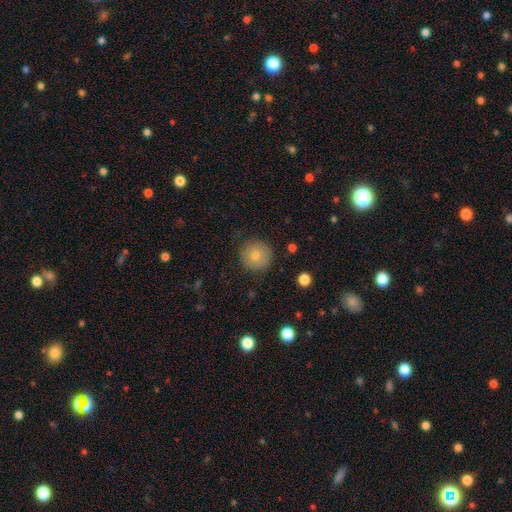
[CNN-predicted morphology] The model was most divided on "smooth or featured": smooth: 74%, featured or disk: 16%, star or artifact: 9%. More confident: how rounded — round (94%); merging — none (84%).